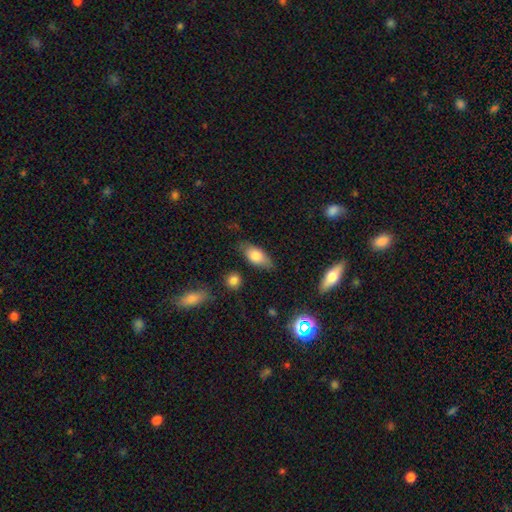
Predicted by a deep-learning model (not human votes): A smooth galaxy with no disk features (77%) that is in between round and cigar-shaped (85%).

Vote fractions:
- Smooth or featured? smooth: 77% / featured or disk: 15% / star or artifact: 7%
- How rounded? in between: 85% / cigar-shaped: 11% / round: 4%
- Merging? none: 74% / minor disturbance: 20% / major disturbance: 4% / merger: 2%